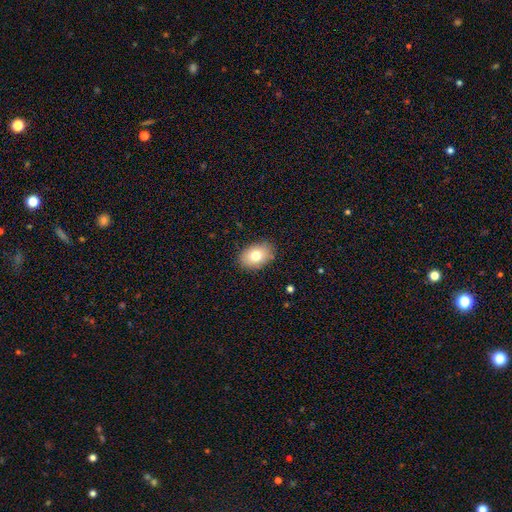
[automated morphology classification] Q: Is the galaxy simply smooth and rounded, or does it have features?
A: smooth — 76%.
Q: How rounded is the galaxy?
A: in between — 82%.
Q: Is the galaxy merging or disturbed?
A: none — 87%.